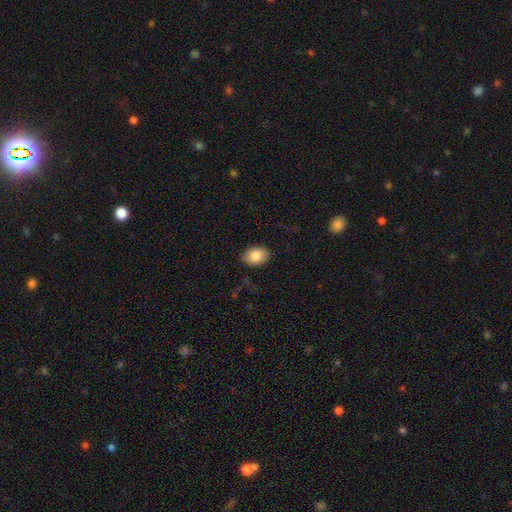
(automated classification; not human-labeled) smooth 87%, star or artifact 7%, featured or disk 6%. Down the decision tree: how rounded — in between (78%); merging — none (86%).